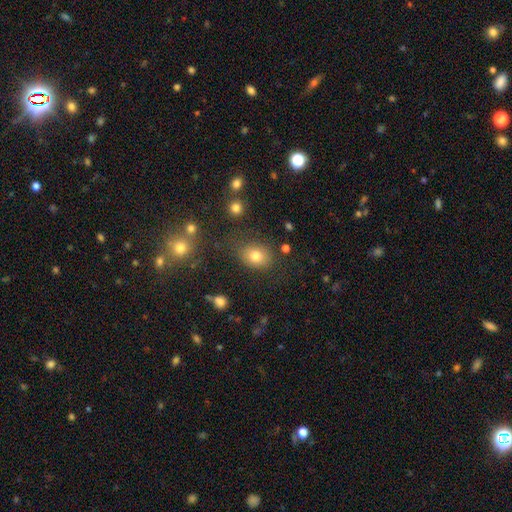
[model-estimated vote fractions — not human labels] Smooth or featured: smooth — 77% (star or artifact — 13%)
How rounded: in between — 58% (round — 40%)
Merging: none — 75% (minor disturbance — 14%)